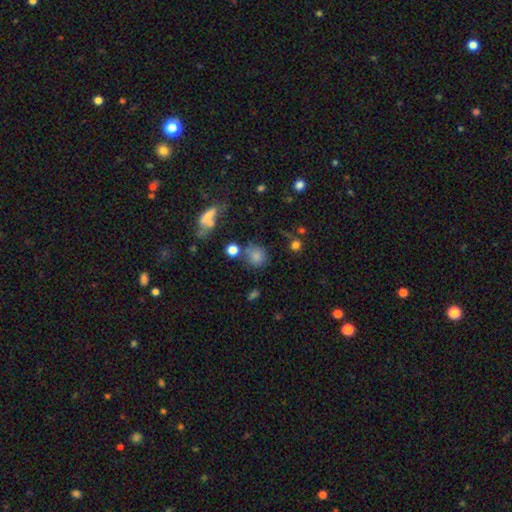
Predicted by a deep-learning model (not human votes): Smooth or featured: smooth — 77% (star or artifact — 15%)
How rounded: round — 82% (in between — 16%)
Merging: none — 65% (minor disturbance — 16%)